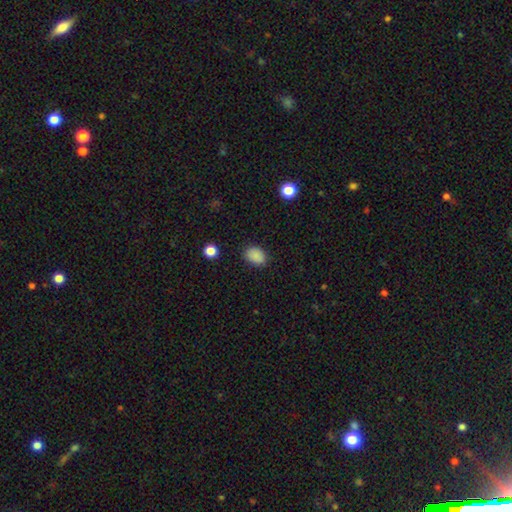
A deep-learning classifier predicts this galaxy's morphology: Smooth or featured? smooth (87%)
How rounded? in between (73%)
Merging? none (84%)